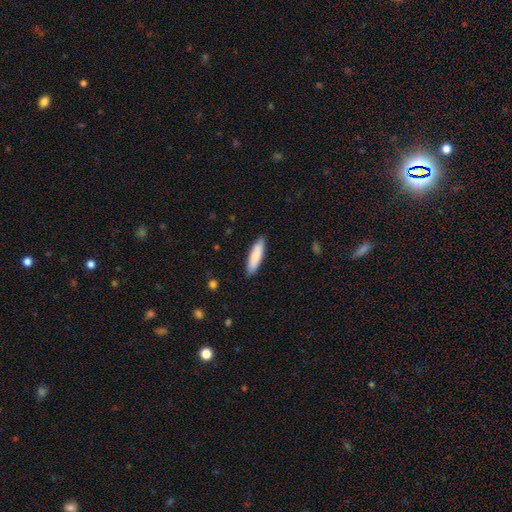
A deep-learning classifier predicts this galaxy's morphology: smooth-or-featured: smooth: 81% | featured or disk: 14% | star or artifact: 5%
  how-rounded: cigar-shaped: 64% | in between: 34% | round: 1%
  merging: none: 88% | minor disturbance: 10% | major disturbance: 2% | merger: 1%